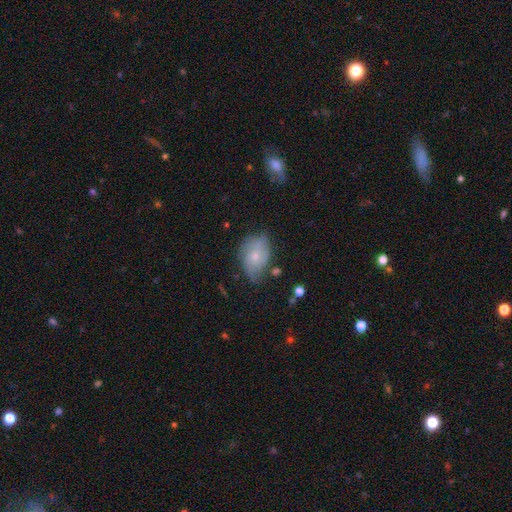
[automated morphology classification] Smooth or featured? smooth (47%)
Merging? none (55%)